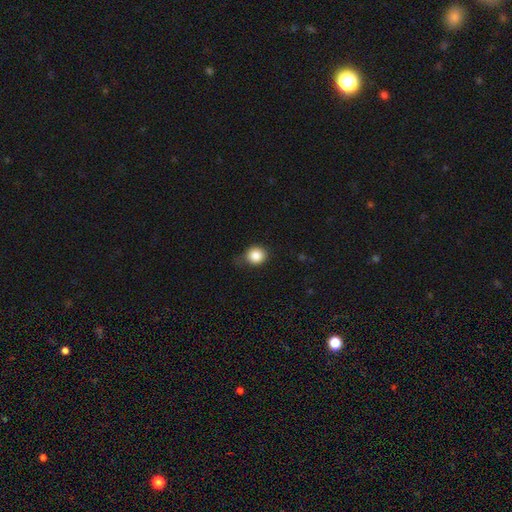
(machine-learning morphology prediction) A smooth galaxy with no disk features (85%) that is round (84%). Merging: none (67%).